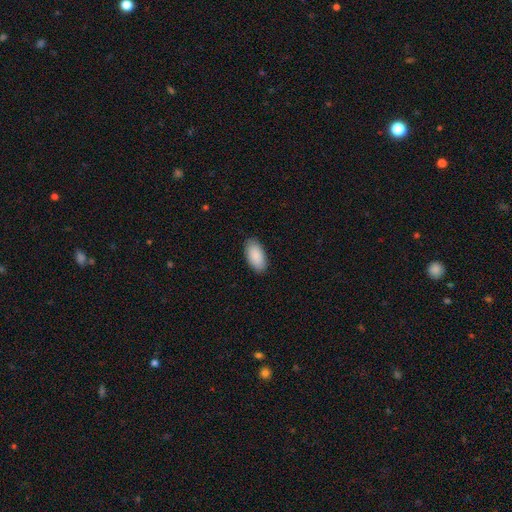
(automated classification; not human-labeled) Smooth or featured? Predicted: smooth (p=0.90). How rounded? Predicted: in between (p=0.95). Merging? Predicted: none (p=0.87).